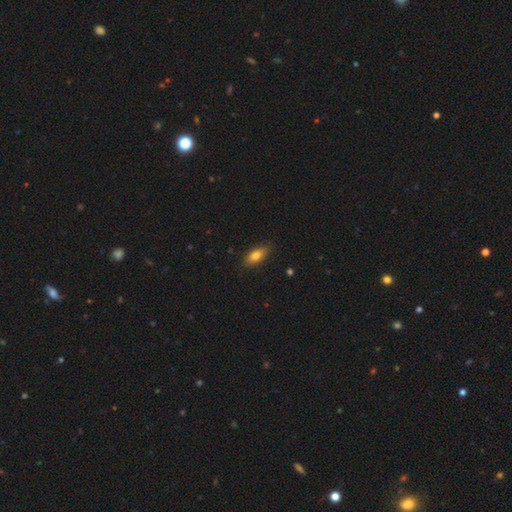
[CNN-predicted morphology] Overall: smooth (77%). How rounded: in between (80%). Merging: none (84%).